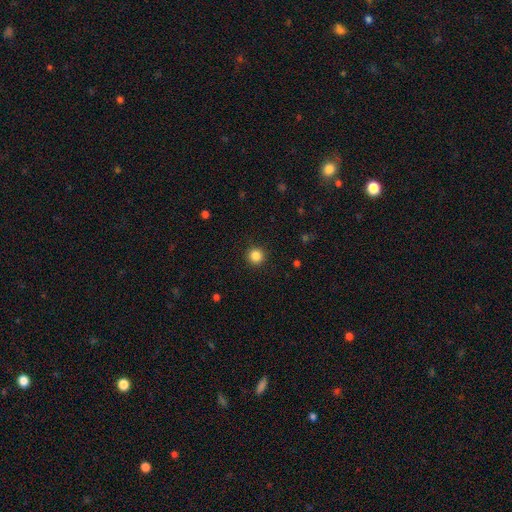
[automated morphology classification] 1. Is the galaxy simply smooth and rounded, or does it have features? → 85% smooth, 11% star or artifact, 4% featured or disk.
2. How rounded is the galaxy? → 95% round, 4% in between, 1% cigar-shaped.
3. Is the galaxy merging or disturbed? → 92% none, 5% minor disturbance, 2% major disturbance, 1% merger.